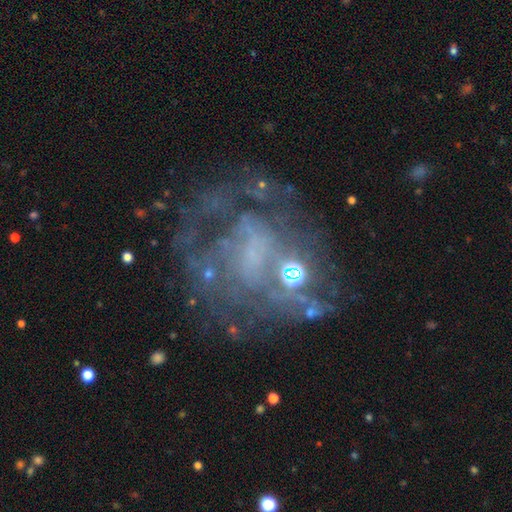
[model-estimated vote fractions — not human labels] Overall: featured or disk (69%). Edge-on disk: no (97%). Bar: no (65%; weak 27%). Spiral arms: yes (51%; no 49%). Bulge size: none (38%; small 35%). Merging: none (52%; major disturbance 26%).